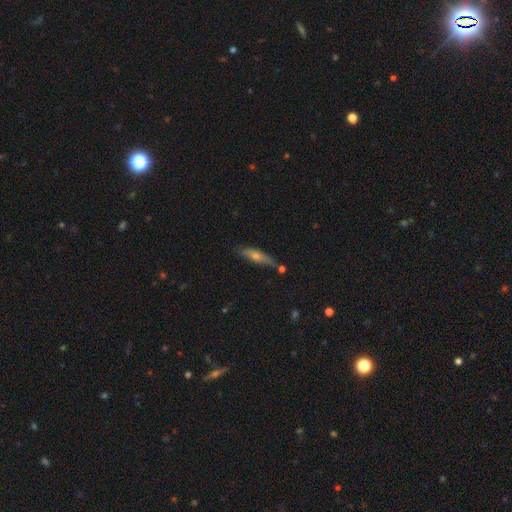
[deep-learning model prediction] This appears to be a featured or disk galaxy (47%). Merging: none (73%).